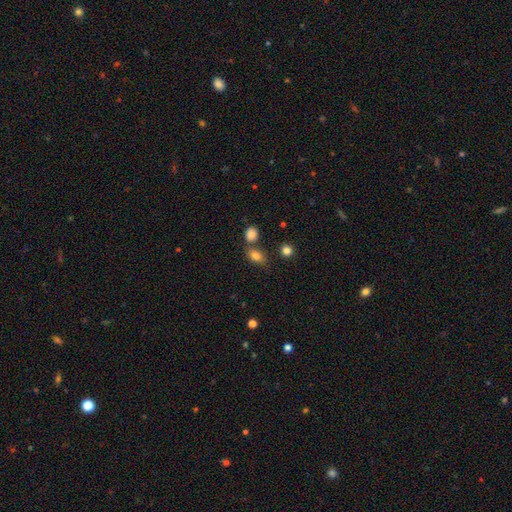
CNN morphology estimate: Overall: smooth (81%). How rounded: in between (74%). Merging: none (64%).